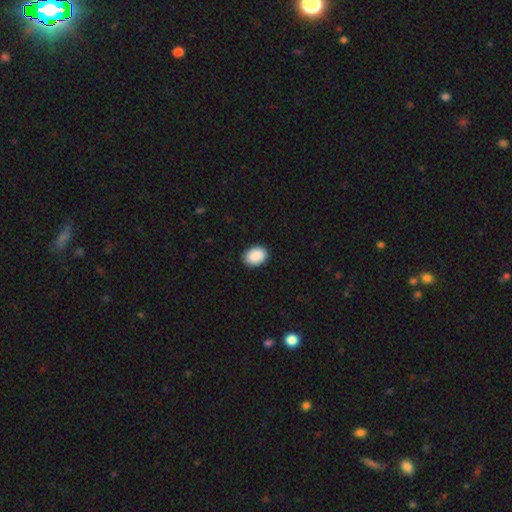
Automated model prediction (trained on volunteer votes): Q: Smooth or featured?
A: smooth (91%); runner-up: star or artifact (7%)
Q: How rounded?
A: in between (73%); runner-up: round (26%)
Q: Merging?
A: none (89%); runner-up: minor disturbance (8%)